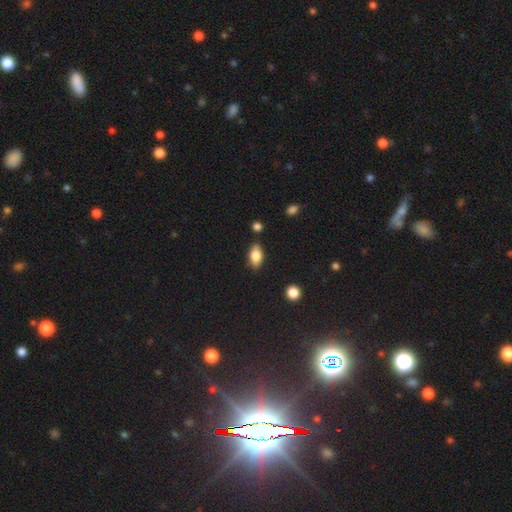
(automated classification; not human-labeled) A smooth galaxy with no disk features (79%) that is in between round and cigar-shaped (88%).

Vote fractions:
- Smooth or featured? smooth: 79% / featured or disk: 13% / star or artifact: 8%
- How rounded? in between: 88% / cigar-shaped: 7% / round: 5%
- Merging? none: 82% / minor disturbance: 12% / merger: 3% / major disturbance: 3%